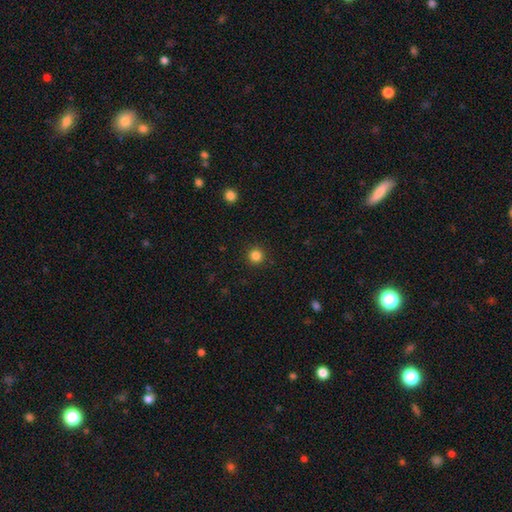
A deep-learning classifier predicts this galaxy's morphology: smooth 84%, star or artifact 12%, featured or disk 4%. Down the decision tree: how rounded — round (95%); merging — none (92%).